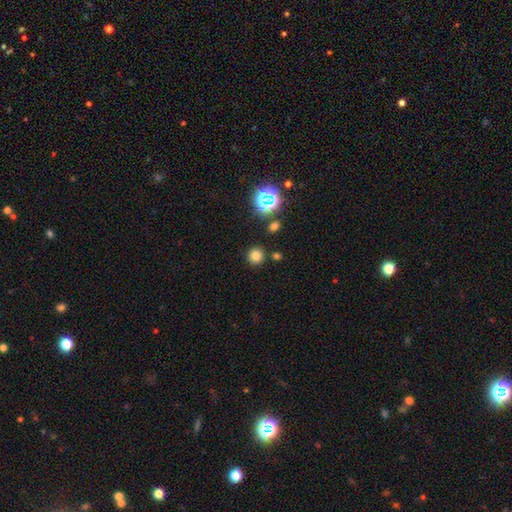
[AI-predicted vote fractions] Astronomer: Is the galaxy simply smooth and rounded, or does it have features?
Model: smooth — 75%.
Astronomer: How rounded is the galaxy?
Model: round — 93%.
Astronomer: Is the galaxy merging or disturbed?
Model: none — 86%.